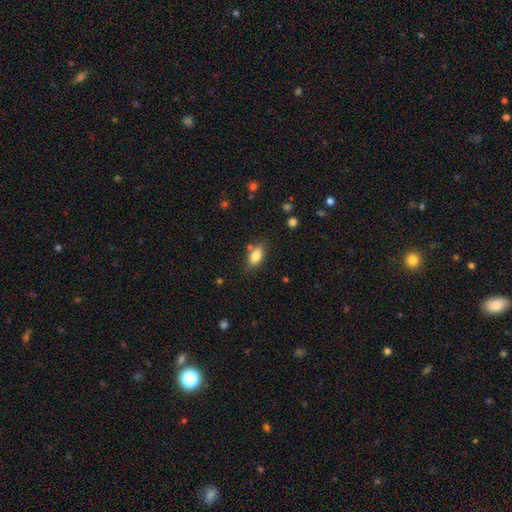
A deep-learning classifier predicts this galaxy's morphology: Smooth or featured? Predicted: smooth (p=0.83). How rounded? Predicted: in between (p=0.87). Merging? Predicted: none (p=0.74).